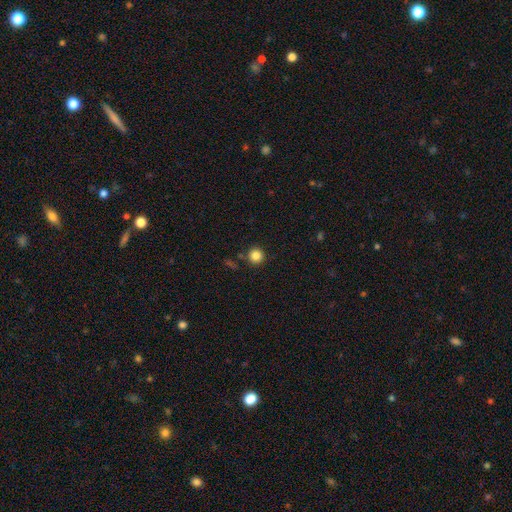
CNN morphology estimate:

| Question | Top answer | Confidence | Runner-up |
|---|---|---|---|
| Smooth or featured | smooth | 84% | star or artifact (11%) |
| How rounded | round | 95% | in between (4%) |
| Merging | none | 89% | minor disturbance (6%) |